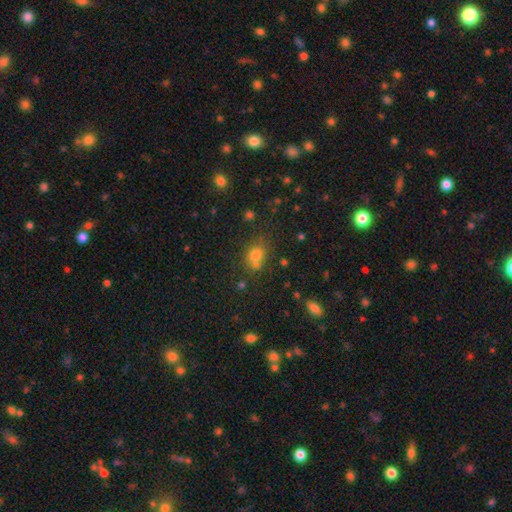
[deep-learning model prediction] A smooth galaxy with no disk features (68%) that is round (59%). Merging: none (56%).